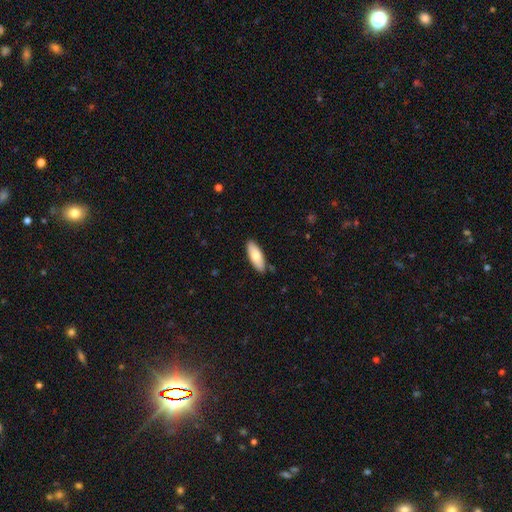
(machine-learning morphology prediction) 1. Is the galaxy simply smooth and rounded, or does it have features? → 77% smooth, 17% featured or disk, 6% star or artifact.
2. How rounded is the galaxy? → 71% in between, 27% cigar-shaped, 2% round.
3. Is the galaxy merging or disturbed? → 87% none, 10% minor disturbance, 2% major disturbance, 2% merger.